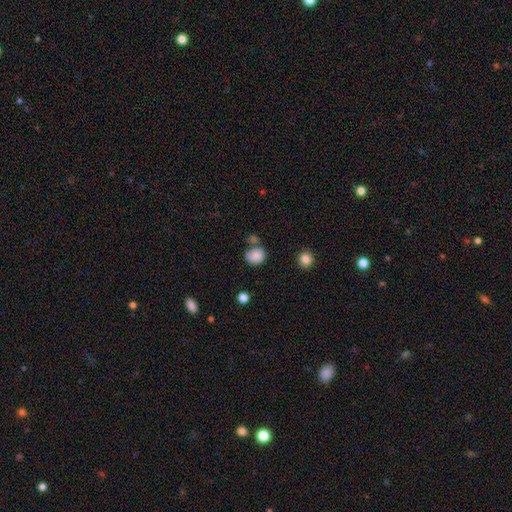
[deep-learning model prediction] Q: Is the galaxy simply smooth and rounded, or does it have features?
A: smooth — 84%.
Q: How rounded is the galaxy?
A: round — 65%.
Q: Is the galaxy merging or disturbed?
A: none — 55%.